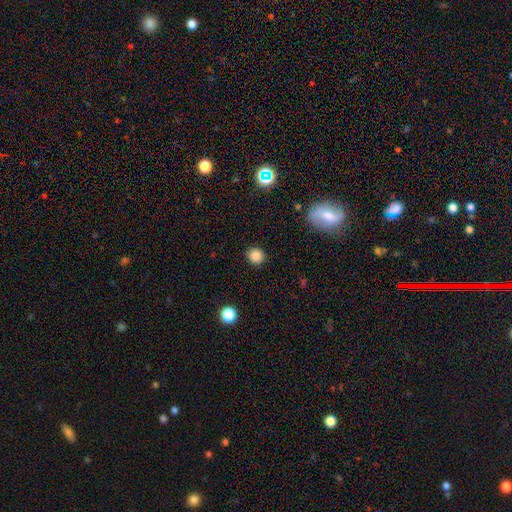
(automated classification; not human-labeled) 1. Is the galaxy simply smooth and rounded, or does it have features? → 84% smooth, 12% star or artifact, 4% featured or disk.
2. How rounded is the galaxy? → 87% round, 12% in between, 1% cigar-shaped.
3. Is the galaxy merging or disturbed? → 89% none, 8% minor disturbance, 2% major disturbance, 1% merger.